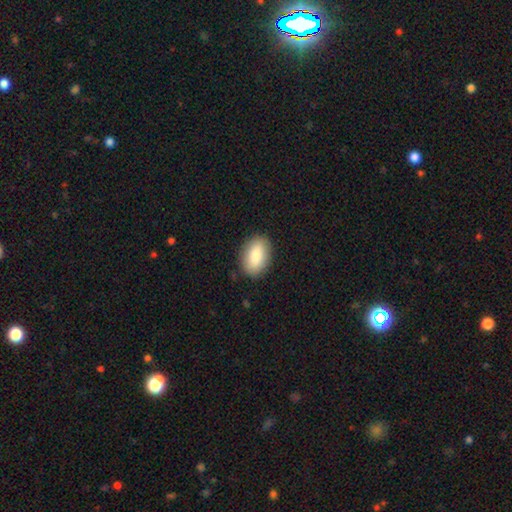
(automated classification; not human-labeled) smooth-or-featured: smooth: 82% | featured or disk: 12% | star or artifact: 6%
  how-rounded: in between: 89% | round: 10% | cigar-shaped: 2%
  merging: none: 88% | minor disturbance: 9% | major disturbance: 2% | merger: 1%